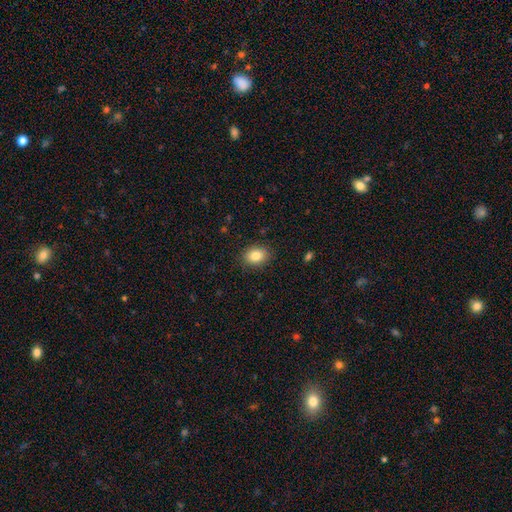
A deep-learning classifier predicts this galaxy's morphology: A smooth galaxy with no disk features (84%) that is in between round and cigar-shaped (65%). Merging: none (88%).